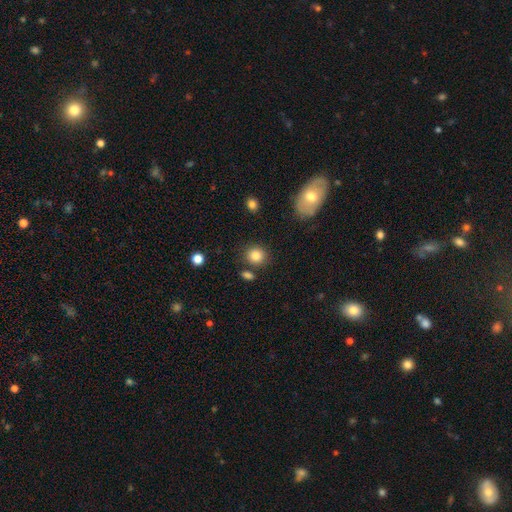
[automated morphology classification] Smooth or featured? Predicted: smooth (p=0.84). How rounded? Predicted: round (p=0.85). Merging? Predicted: none (p=0.81).